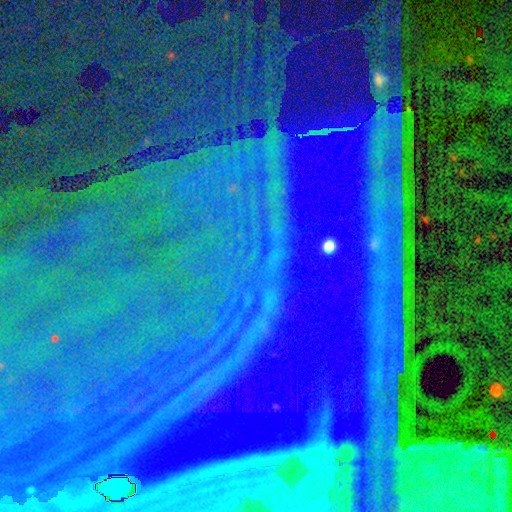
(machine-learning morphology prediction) Smooth or featured? star or artifact (87%)